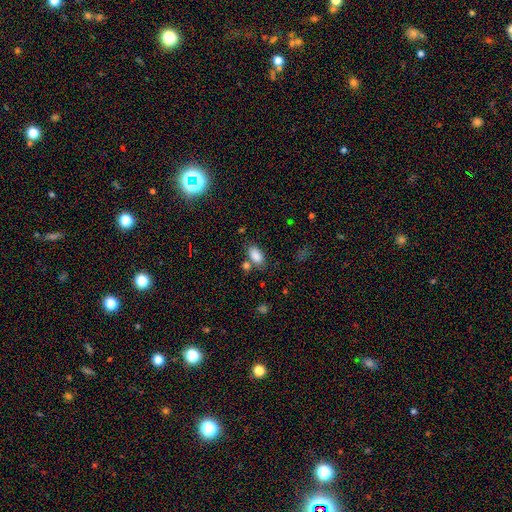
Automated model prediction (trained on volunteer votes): A smooth galaxy with no disk features (86%) that is in between round and cigar-shaped (92%). Merging: none (63%).